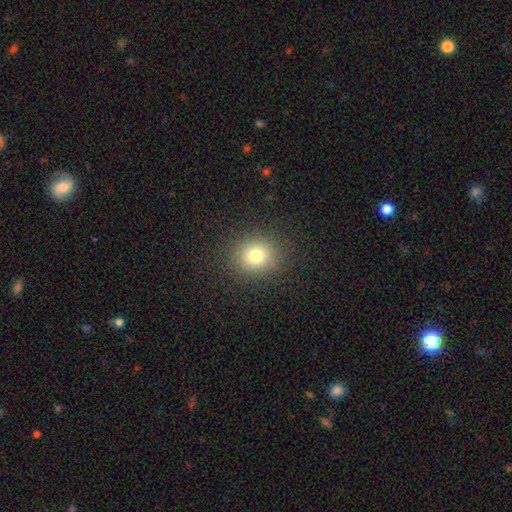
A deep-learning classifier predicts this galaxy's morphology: Overall: smooth (77%). How rounded: round (82%). Merging: none (89%).